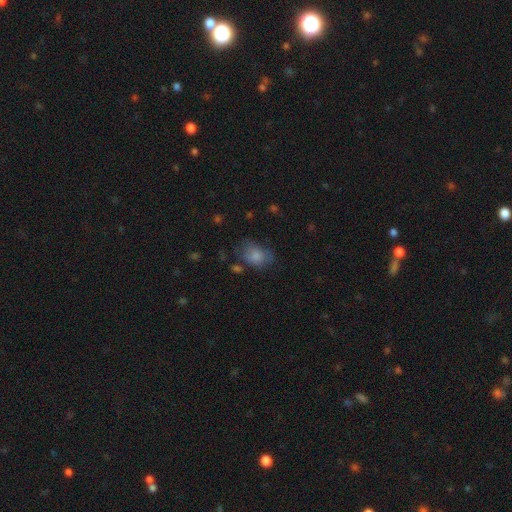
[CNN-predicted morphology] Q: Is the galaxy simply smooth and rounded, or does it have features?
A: smooth — 78%.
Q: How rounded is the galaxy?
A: in between — 71%.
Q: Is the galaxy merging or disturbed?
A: none — 48%.